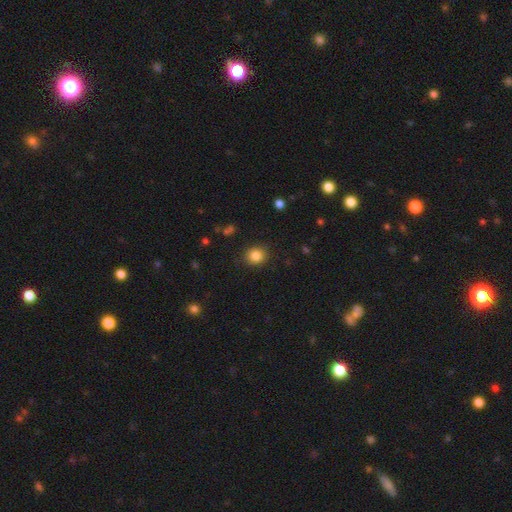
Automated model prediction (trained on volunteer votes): The model was most divided on "how rounded": round: 80%, in between: 19%, cigar-shaped: 1%. More confident: merging — none (89%); smooth or featured — smooth (84%).